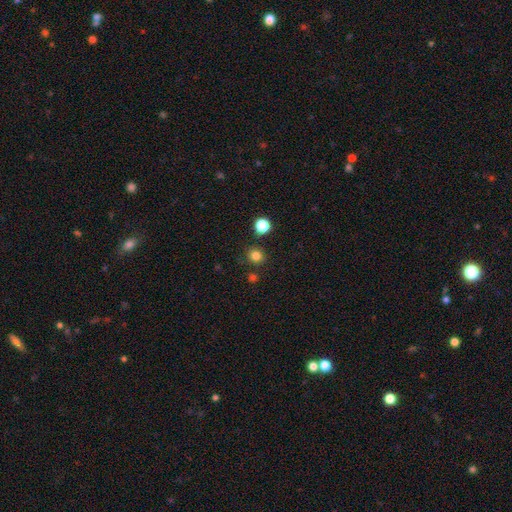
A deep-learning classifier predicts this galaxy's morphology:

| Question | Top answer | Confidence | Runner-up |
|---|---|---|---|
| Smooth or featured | smooth | 82% | star or artifact (14%) |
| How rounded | round | 87% | in between (12%) |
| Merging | none | 85% | minor disturbance (8%) |